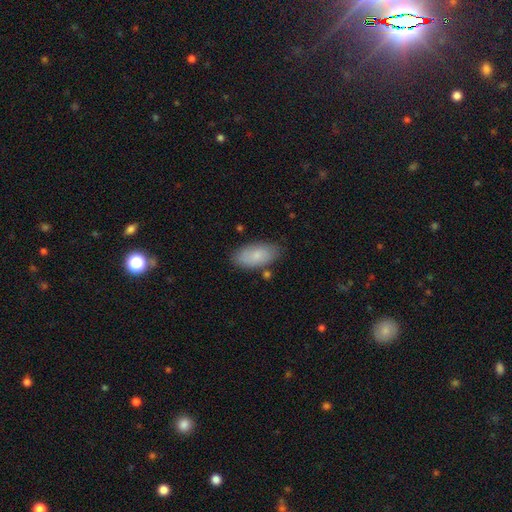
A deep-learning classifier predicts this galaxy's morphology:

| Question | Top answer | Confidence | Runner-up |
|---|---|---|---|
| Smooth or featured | smooth | 81% | featured or disk (13%) |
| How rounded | in between | 93% | cigar-shaped (4%) |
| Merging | none | 78% | minor disturbance (16%) |